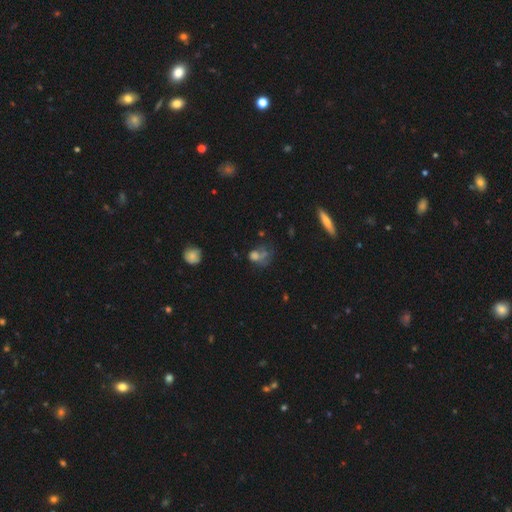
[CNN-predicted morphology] Smooth or featured? smooth (51%)
How rounded? in between (50%)
Merging? none (36%)